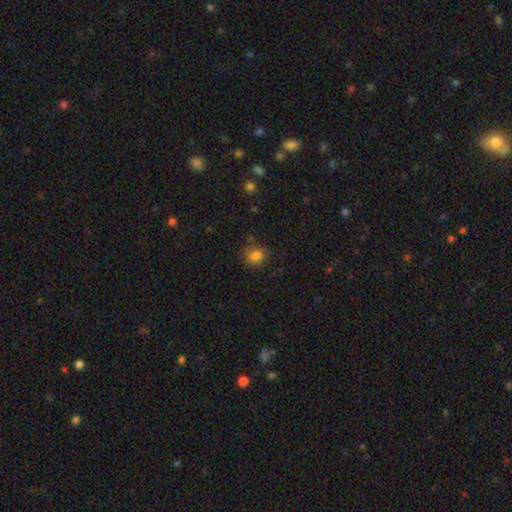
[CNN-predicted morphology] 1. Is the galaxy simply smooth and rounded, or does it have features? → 81% smooth, 13% star or artifact, 6% featured or disk.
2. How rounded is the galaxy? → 54% round, 45% in between, 1% cigar-shaped.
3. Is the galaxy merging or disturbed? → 77% none, 16% minor disturbance, 5% major disturbance, 2% merger.